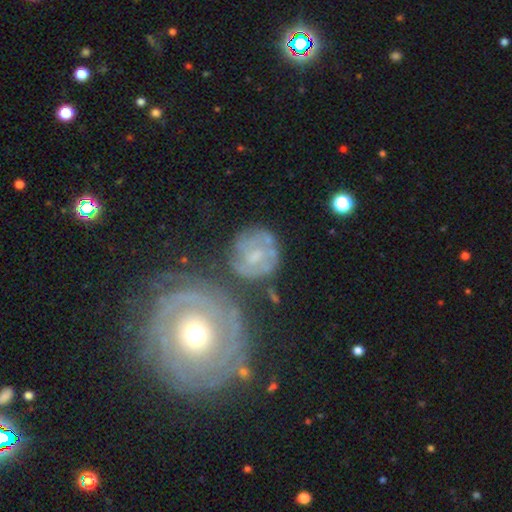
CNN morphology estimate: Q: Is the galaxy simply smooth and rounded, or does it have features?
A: featured or disk — 64%.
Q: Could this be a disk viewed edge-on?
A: no — 97%.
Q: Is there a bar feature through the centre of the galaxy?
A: no — 51%.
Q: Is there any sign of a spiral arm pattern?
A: yes — 75%.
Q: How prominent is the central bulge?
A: small — 43%.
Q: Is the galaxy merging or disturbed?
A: none — 59%.